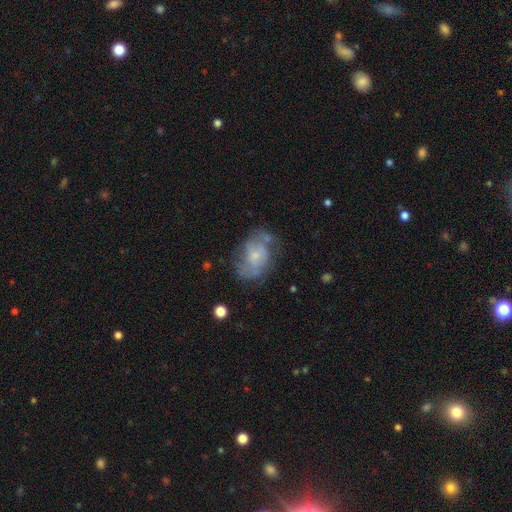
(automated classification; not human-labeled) featured or disk 63%, smooth 29%, star or artifact 8%. Down the decision tree: edge-on disk — no (97%); bar — no (68%); spiral arms — yes (74%); bulge size — small (65%); merging — none (52%).